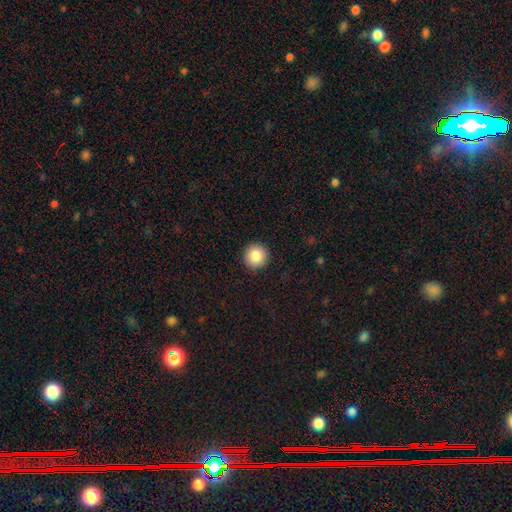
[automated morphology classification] smooth_or_featured: smooth (p=0.86) [alt: star or artifact p=0.09]
how_rounded: round (p=0.95) [alt: in between p=0.04]
merging: none (p=0.93) [alt: minor disturbance p=0.05]